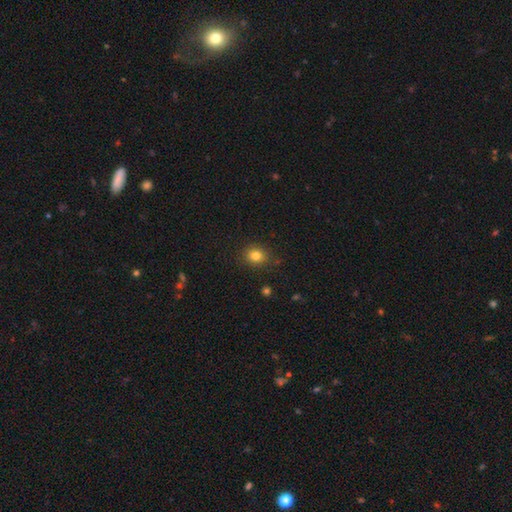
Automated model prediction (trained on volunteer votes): A smooth galaxy with no disk features (81%) that is round (73%). Merging: none (86%).